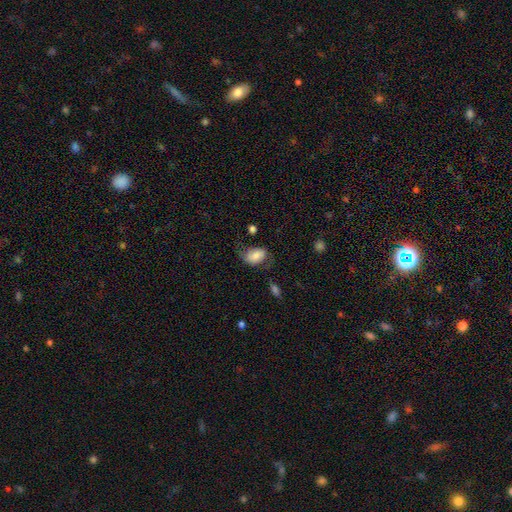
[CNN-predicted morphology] Smooth or featured: smooth — 67% (featured or disk — 25%)
How rounded: in between — 84% (round — 14%)
Merging: none — 49% (minor disturbance — 29%)